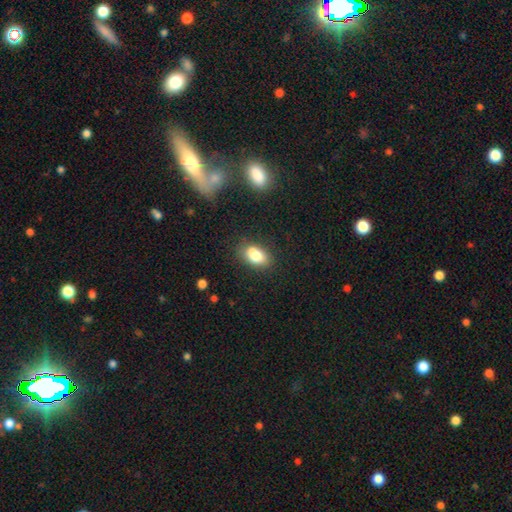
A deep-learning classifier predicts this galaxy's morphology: smooth 79%, featured or disk 12%, star or artifact 9%. Down the decision tree: how rounded — in between (85%); merging — none (66%).